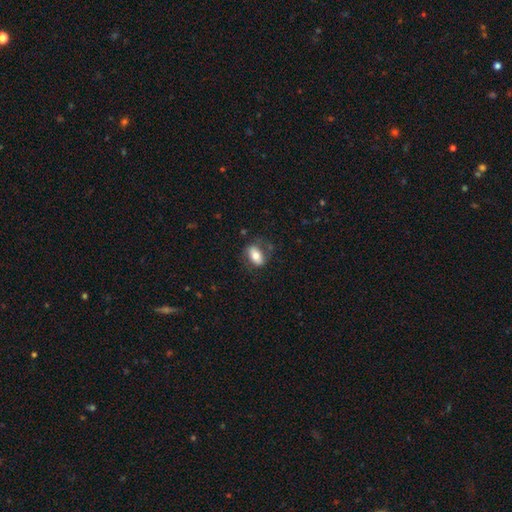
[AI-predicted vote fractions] This is likely a smooth galaxy (69%). How rounded: clearly in between (87%). Merging: likely none (71%).